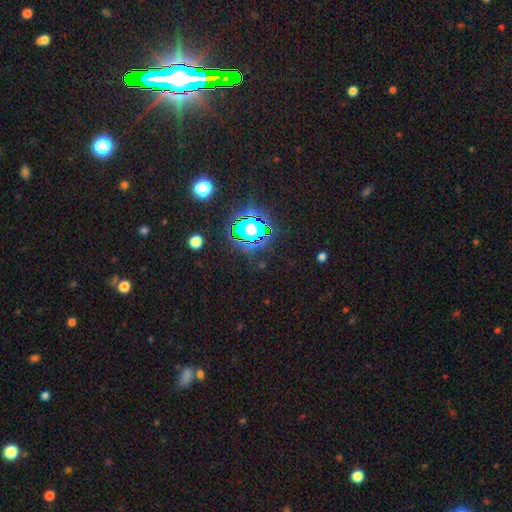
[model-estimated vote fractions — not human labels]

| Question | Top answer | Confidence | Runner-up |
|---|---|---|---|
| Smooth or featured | star or artifact | 82% | smooth (10%) |